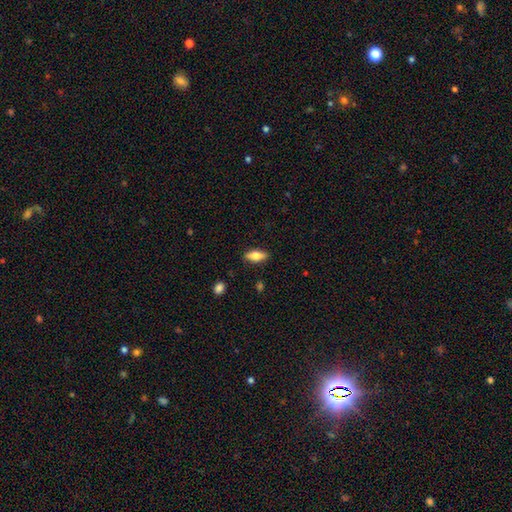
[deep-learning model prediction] smooth 72%, featured or disk 21%, star or artifact 7%. Down the decision tree: how rounded — in between (78%); merging — none (87%).